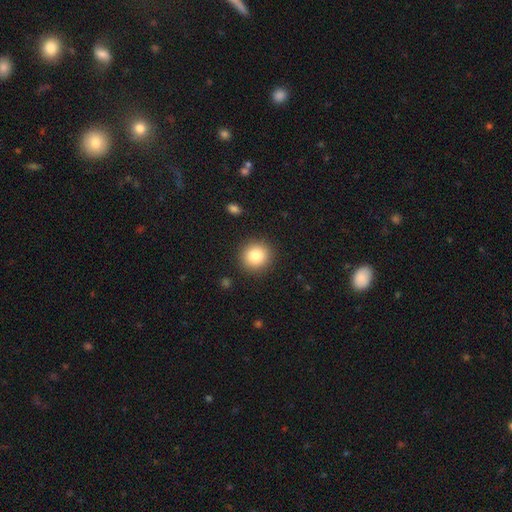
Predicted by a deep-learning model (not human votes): Overall: smooth (82%). How rounded: round (92%). Merging: none (91%).